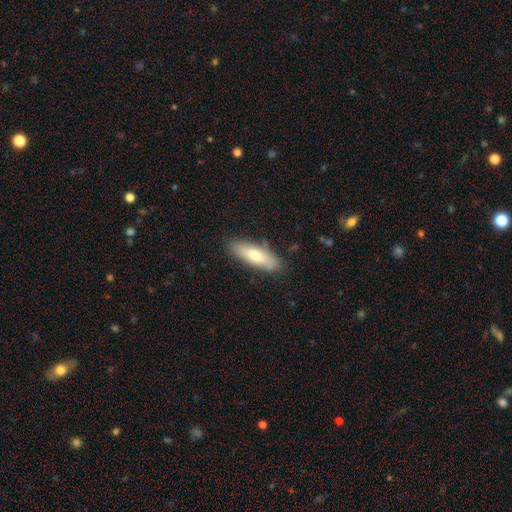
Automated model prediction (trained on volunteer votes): smooth 68%, featured or disk 26%, star or artifact 6%. Down the decision tree: how rounded — in between (62%); merging — none (80%).